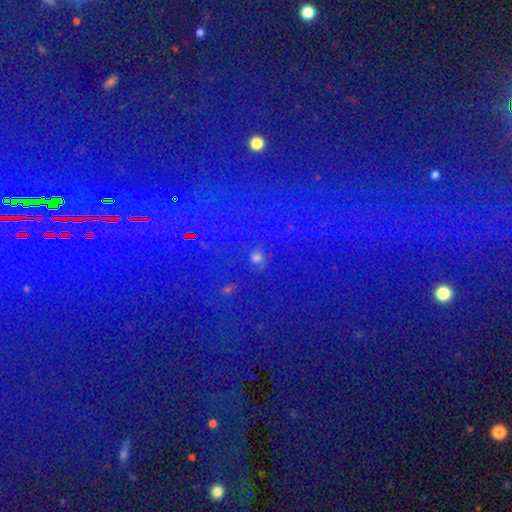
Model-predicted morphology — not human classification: smooth-or-featured: star or artifact: 86% | smooth: 7% | featured or disk: 7%